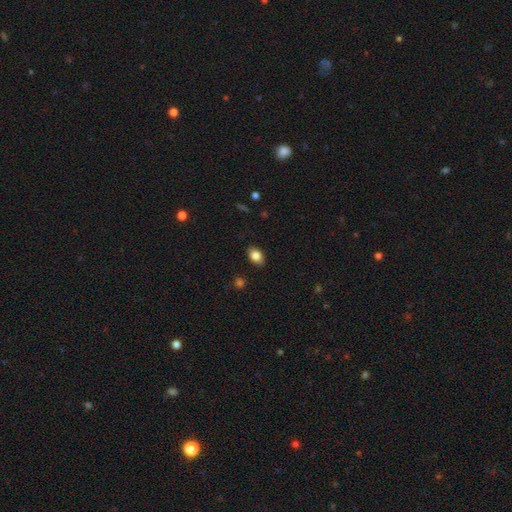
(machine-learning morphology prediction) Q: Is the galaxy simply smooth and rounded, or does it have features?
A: smooth — 82%.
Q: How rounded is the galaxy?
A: in between — 86%.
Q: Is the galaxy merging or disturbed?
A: none — 87%.